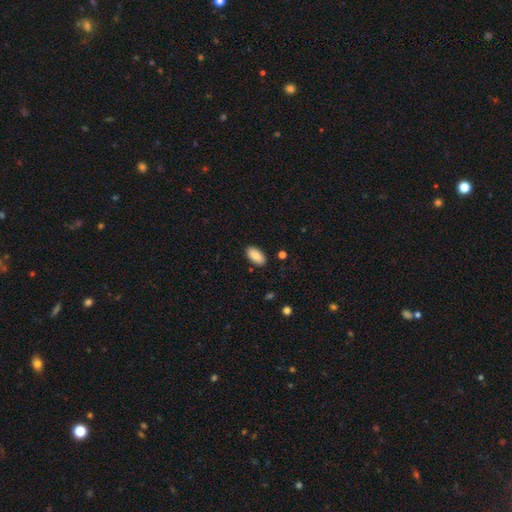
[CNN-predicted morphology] The model was most divided on "smooth or featured": smooth: 84%, featured or disk: 9%, star or artifact: 7%. More confident: how rounded — in between (94%); merging — none (87%).